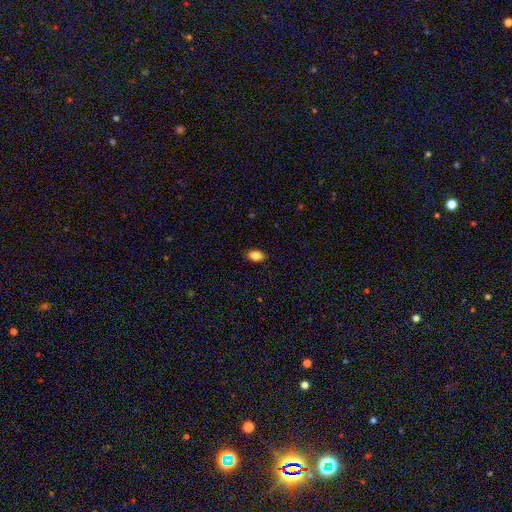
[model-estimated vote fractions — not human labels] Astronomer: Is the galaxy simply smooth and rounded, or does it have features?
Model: smooth — 87%.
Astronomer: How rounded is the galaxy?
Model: in between — 86%.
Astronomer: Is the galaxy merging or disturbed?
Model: none — 86%.